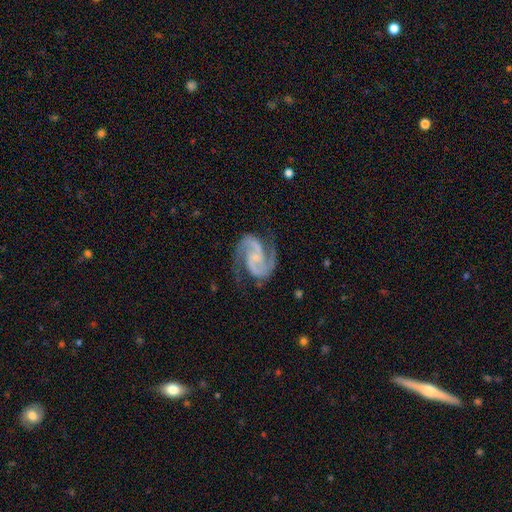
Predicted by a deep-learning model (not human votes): featured or disk 93%, star or artifact 4%, smooth 3%. Down the decision tree: edge-on disk — no (98%); bar — no (48%); spiral arms — yes (99%); spiral arm count — 2 (92%); spiral winding — medium (61%); bulge size — small (62%); merging — none (76%).